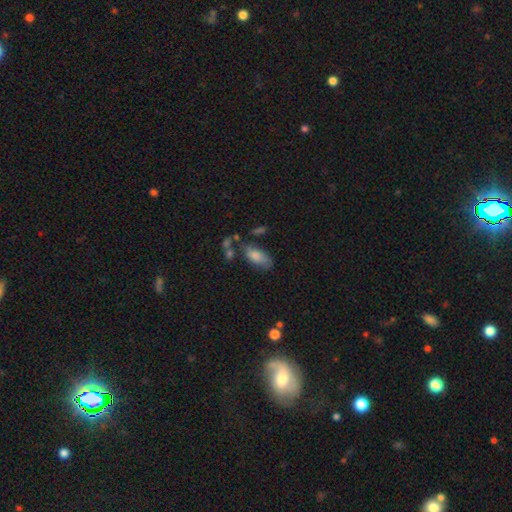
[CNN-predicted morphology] Q: Smooth or featured?
A: smooth (79%); runner-up: featured or disk (13%)
Q: How rounded?
A: in between (88%); runner-up: cigar-shaped (9%)
Q: Merging?
A: none (48%); runner-up: minor disturbance (27%)